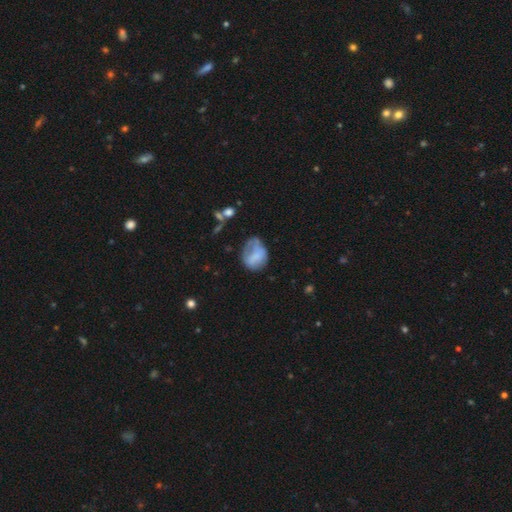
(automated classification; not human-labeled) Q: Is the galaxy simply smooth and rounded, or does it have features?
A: smooth — 64%.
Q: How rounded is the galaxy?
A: in between — 56%.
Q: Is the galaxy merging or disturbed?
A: none — 37%.